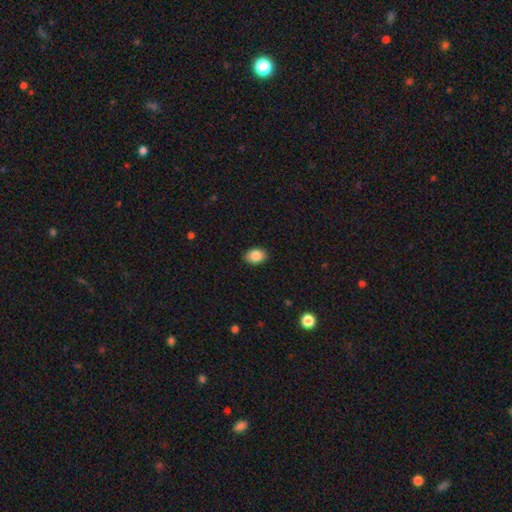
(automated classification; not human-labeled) smooth-or-featured: smooth: 86% | star or artifact: 8% | featured or disk: 6%
  how-rounded: in between: 77% | round: 22% | cigar-shaped: 1%
  merging: none: 89% | minor disturbance: 8% | major disturbance: 2% | merger: 1%